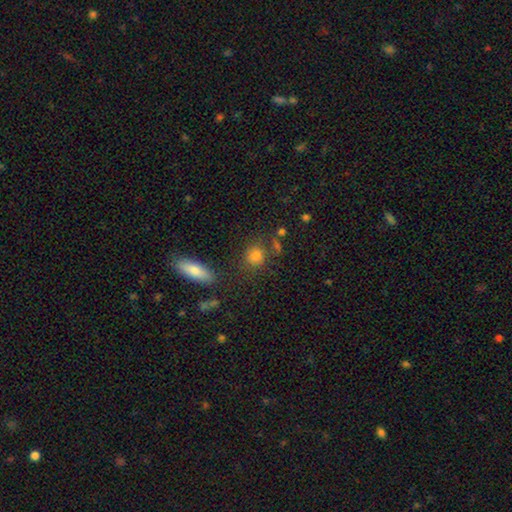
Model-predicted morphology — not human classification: Smooth or featured? Predicted: smooth (p=0.80). How rounded? Predicted: round (p=0.69). Merging? Predicted: none (p=0.73).